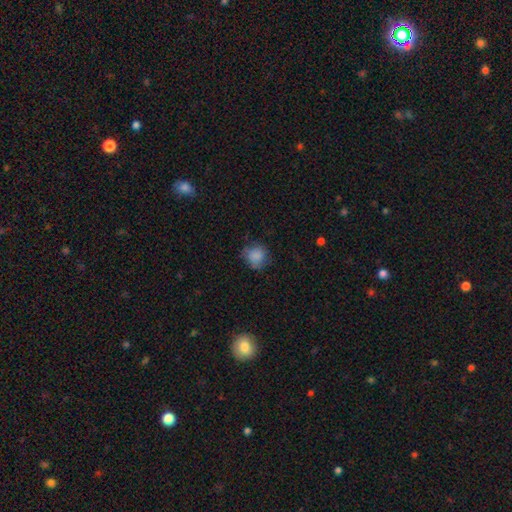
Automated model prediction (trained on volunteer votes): Smooth or featured: smooth — 81% (featured or disk — 9%)
How rounded: round — 81% (in between — 18%)
Merging: none — 67% (minor disturbance — 23%)